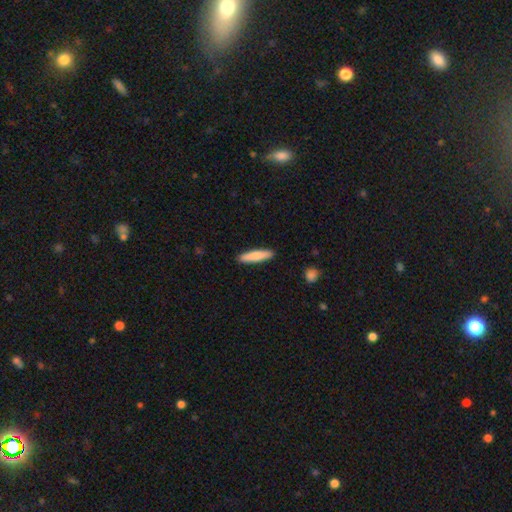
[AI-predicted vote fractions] smooth_or_featured: smooth (p=0.81) [alt: featured or disk p=0.14]
how_rounded: cigar-shaped (p=0.85) [alt: in between p=0.13]
merging: none (p=0.91) [alt: minor disturbance p=0.07]